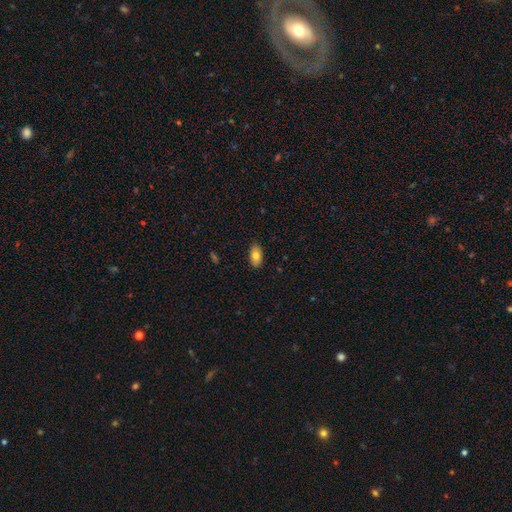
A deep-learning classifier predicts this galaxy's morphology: This is likely a smooth galaxy (78%). How rounded: clearly in between (91%). Merging: clearly none (87%).